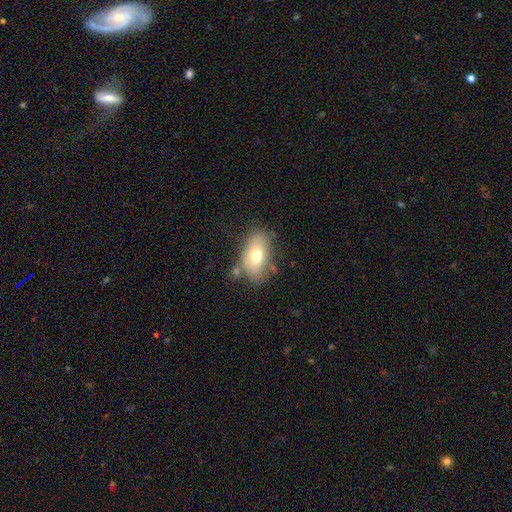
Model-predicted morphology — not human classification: This is likely a smooth galaxy (69%). How rounded: clearly in between (88%). Merging: likely none (68%).